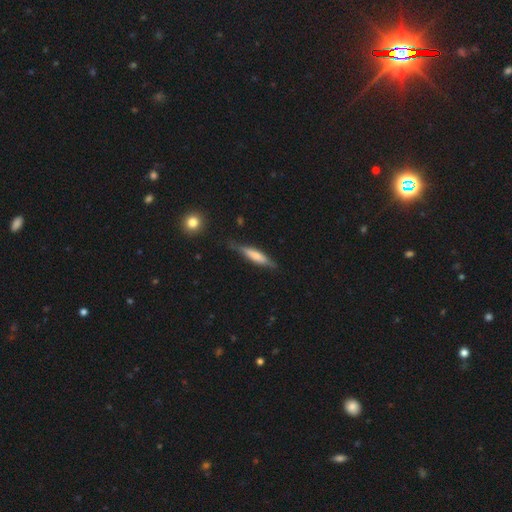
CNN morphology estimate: A smooth galaxy with no disk features (52%) that is cigar-shaped (81%).

Vote fractions:
- Smooth or featured? smooth: 52% / featured or disk: 42% / star or artifact: 6%
- How rounded? cigar-shaped: 81% / in between: 17% / round: 2%
- Merging? none: 75% / minor disturbance: 19% / major disturbance: 4% / merger: 2%